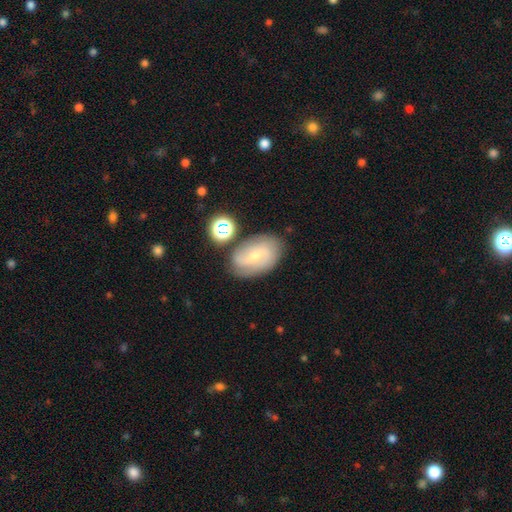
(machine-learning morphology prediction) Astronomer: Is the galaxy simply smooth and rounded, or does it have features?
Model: featured or disk — 63%.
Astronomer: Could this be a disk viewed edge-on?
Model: no — 96%.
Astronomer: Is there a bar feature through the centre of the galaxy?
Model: weak — 50% (runner-up: no, 37%).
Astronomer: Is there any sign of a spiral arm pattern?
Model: yes — 88%.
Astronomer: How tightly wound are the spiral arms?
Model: medium — 42% (runner-up: tight, 34%).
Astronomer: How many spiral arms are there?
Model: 2 — 65%.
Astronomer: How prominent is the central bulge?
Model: small — 62%.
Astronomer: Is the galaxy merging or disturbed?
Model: none — 73%.